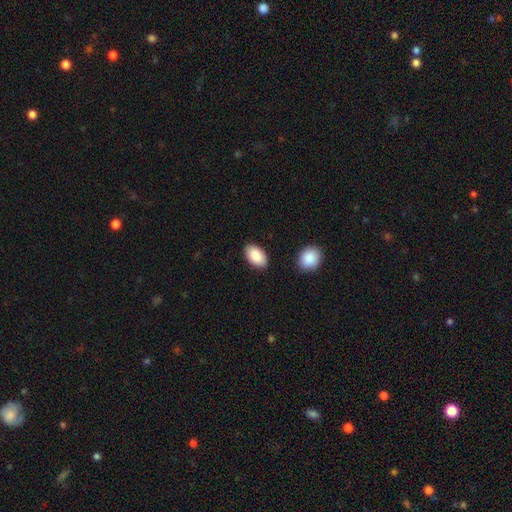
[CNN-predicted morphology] smooth_or_featured: smooth (p=0.84) [alt: featured or disk p=0.09]
how_rounded: in between (p=0.93) [alt: round p=0.06]
merging: none (p=0.87) [alt: minor disturbance p=0.08]